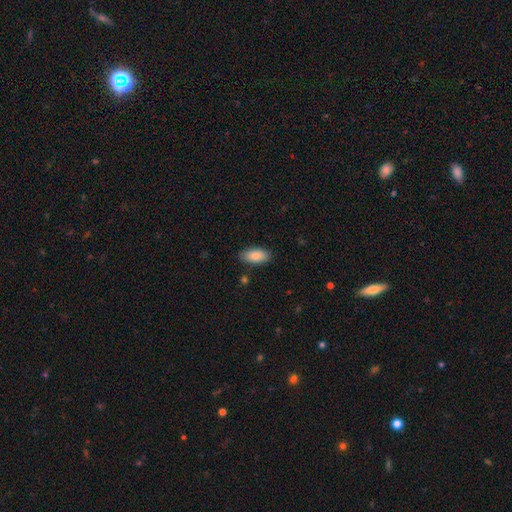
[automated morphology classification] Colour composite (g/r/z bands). It shows a smooth galaxy with no disk features (85%) that is in between round and cigar-shaped (90%). Merging: none (87%).